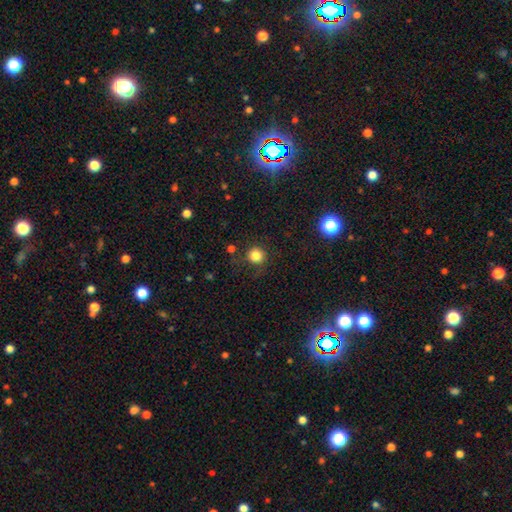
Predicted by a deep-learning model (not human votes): A smooth galaxy with no disk features (83%) that is round (94%). Merging: none (84%).